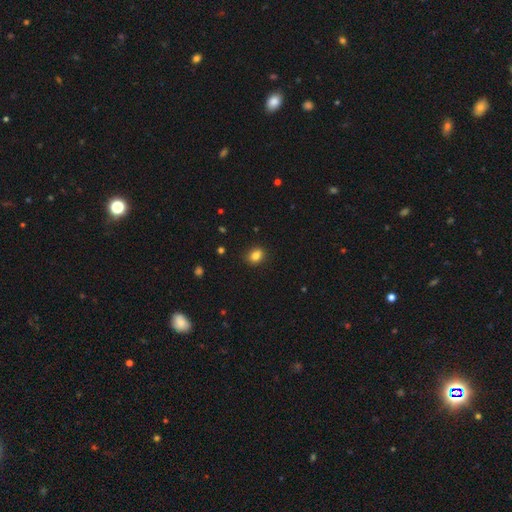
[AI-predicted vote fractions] Smooth or featured? Predicted: smooth (p=0.83). How rounded? Predicted: in between (p=0.51). Merging? Predicted: none (p=0.85).